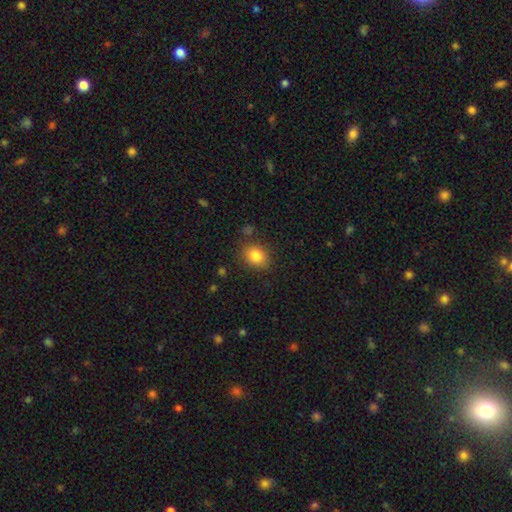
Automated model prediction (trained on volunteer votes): A smooth galaxy with no disk features (83%) that is in between round and cigar-shaped (53%). Merging: none (81%).